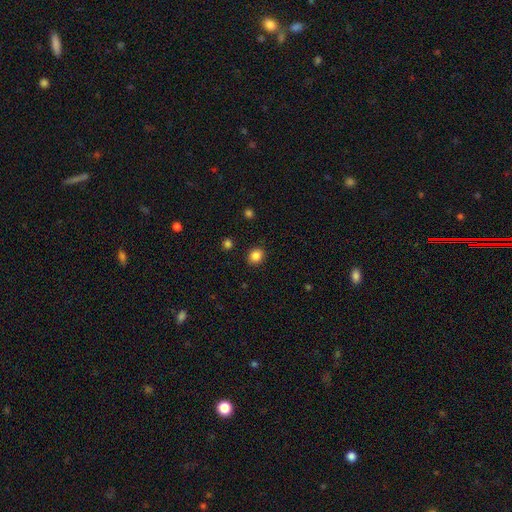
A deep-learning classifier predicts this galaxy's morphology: Q: Smooth or featured?
A: smooth (85%); runner-up: star or artifact (11%)
Q: How rounded?
A: round (69%); runner-up: in between (30%)
Q: Merging?
A: none (89%); runner-up: minor disturbance (7%)